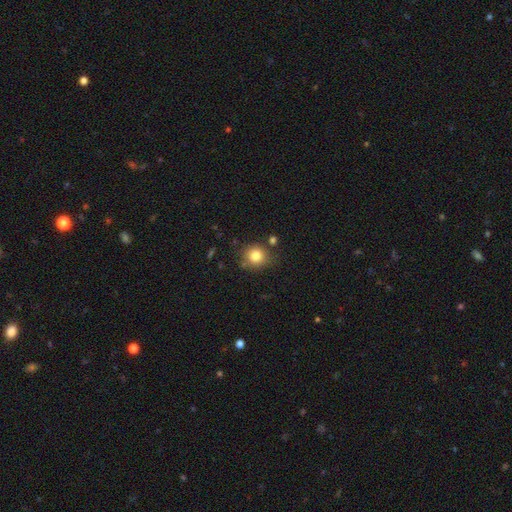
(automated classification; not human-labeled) smooth 82%, star or artifact 11%, featured or disk 7%. Down the decision tree: how rounded — round (85%); merging — none (77%).